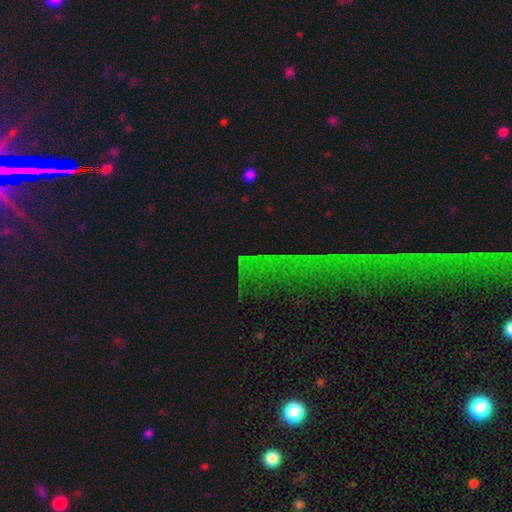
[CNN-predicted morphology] A star or artifact, not a galaxy (78%).

Vote fractions:
- Smooth or featured? star or artifact: 78% / smooth: 12% / featured or disk: 11%